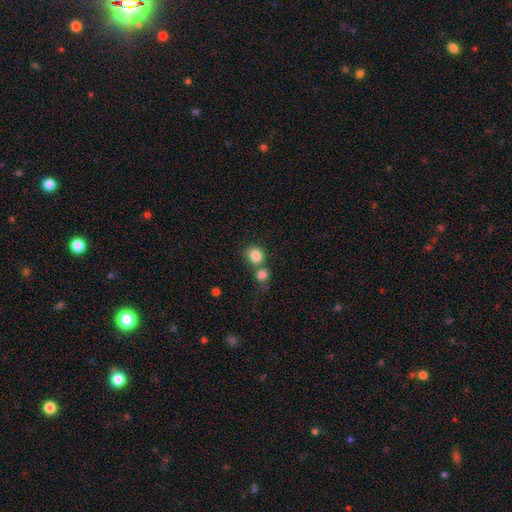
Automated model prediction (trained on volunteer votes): Smooth or featured?
  - smooth: 84% *
  - star or artifact: 10%
  - featured or disk: 7%
How rounded?
  - round: 78% *
  - in between: 21%
  - cigar-shaped: 1%
Merging?
  - none: 45% *
  - merger: 41%
  - minor disturbance: 9%
  - major disturbance: 4%